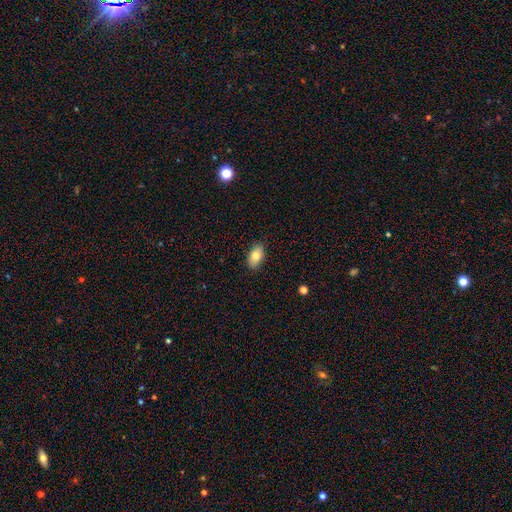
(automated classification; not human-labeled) Smooth or featured? smooth (80%)
How rounded? in between (90%)
Merging? none (86%)